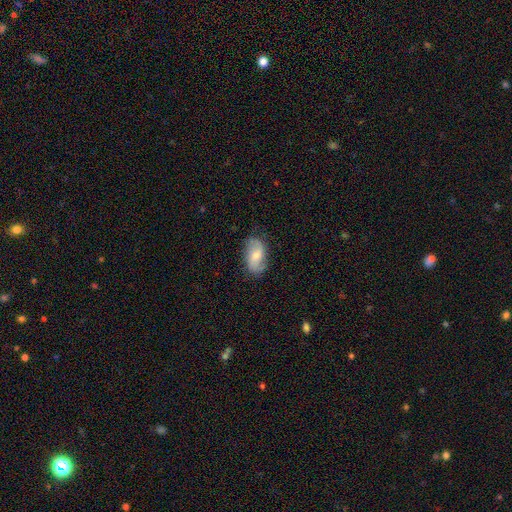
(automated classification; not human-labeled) Smooth or featured?
  - featured or disk: 56% *
  - smooth: 37%
  - star or artifact: 7%
Edge-on disk?
  - no: 95% *
  - yes: 5%
Bar?
  - no: 48% *
  - weak: 41%
  - strong: 11%
Spiral arms?
  - yes: 89% *
  - no: 11%
Bulge size?
  - moderate: 47% *
  - small: 39%
  - none: 7%
  - large: 6%
  - dominant: 1%
Merging?
  - none: 72% *
  - minor disturbance: 20%
  - major disturbance: 6%
  - merger: 1%